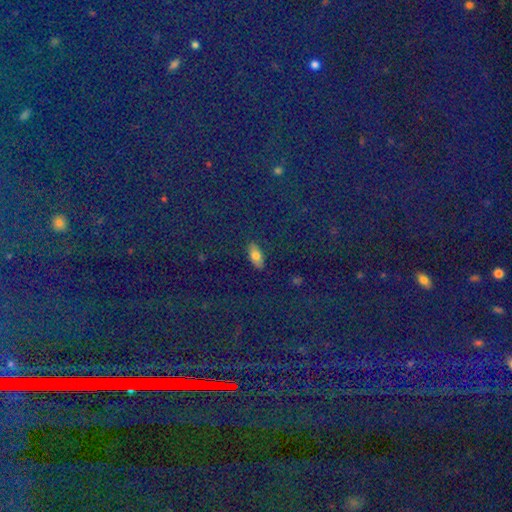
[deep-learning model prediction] Smooth or featured?
  - smooth: 69% *
  - star or artifact: 17%
  - featured or disk: 14%
How rounded?
  - in between: 84% *
  - cigar-shaped: 10%
  - round: 6%
Merging?
  - none: 87% *
  - minor disturbance: 9%
  - major disturbance: 3%
  - merger: 2%